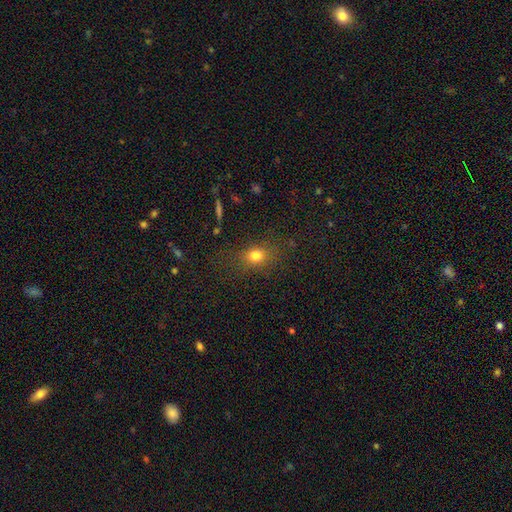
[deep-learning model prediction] A smooth galaxy with no disk features (76%) that is in between round and cigar-shaped (51%). Merging: none (76%).